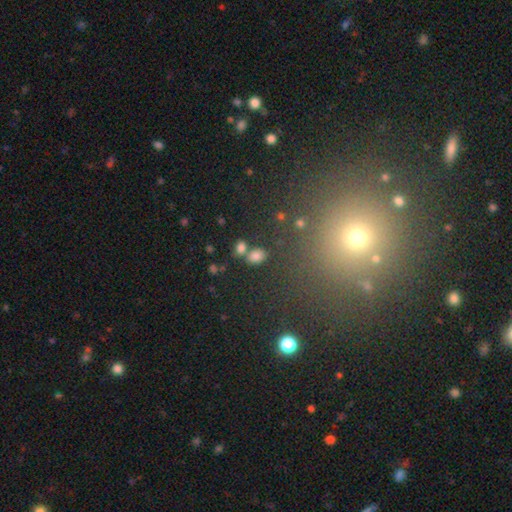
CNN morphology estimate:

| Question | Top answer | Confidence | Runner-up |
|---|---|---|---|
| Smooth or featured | smooth | 76% | star or artifact (16%) |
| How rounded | in between | 72% | round (27%) |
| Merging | none | 64% | merger (21%) |